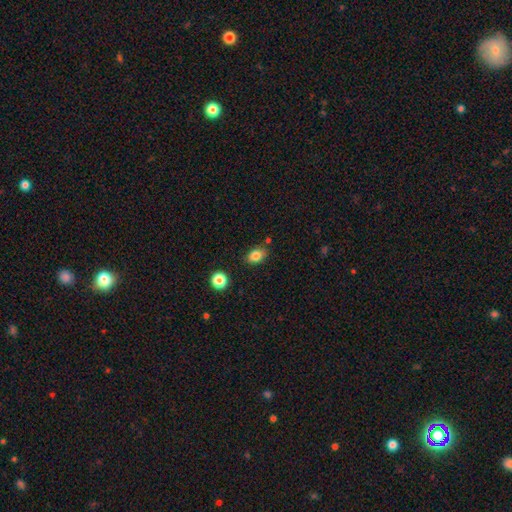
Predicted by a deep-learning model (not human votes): The model was most divided on "how rounded": in between: 78%, round: 21%, cigar-shaped: 2%. More confident: smooth or featured — smooth (83%); merging — none (80%).